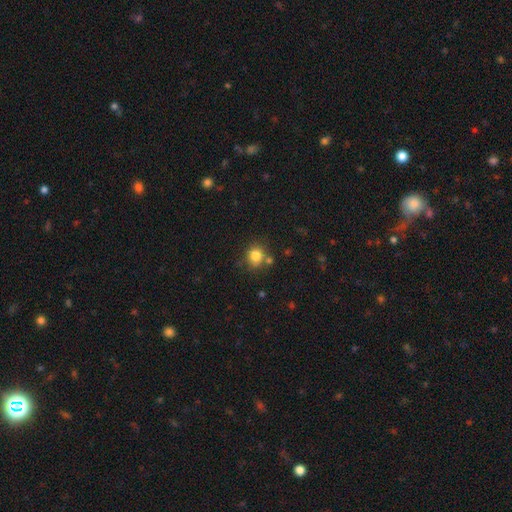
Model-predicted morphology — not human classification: smooth 83%, star or artifact 12%, featured or disk 6%. Down the decision tree: how rounded — round (82%); merging — none (72%).